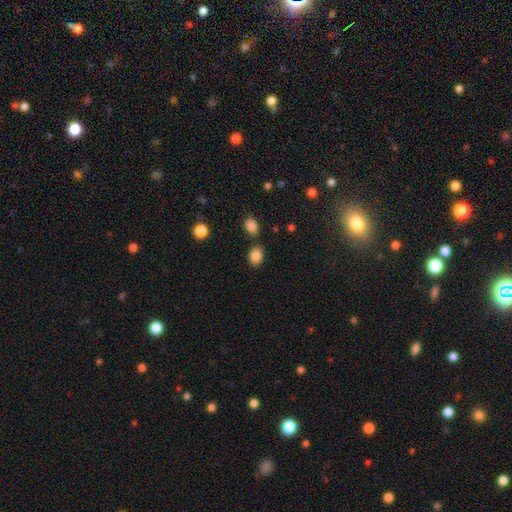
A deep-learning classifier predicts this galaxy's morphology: Overall: smooth (85%). How rounded: in between (72%). Merging: none (77%).